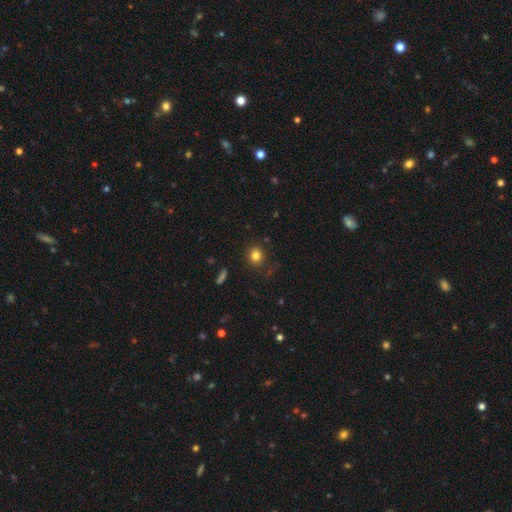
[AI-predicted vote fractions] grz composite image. It shows a smooth galaxy with no disk features (81%) that is round (84%). Merging: none (83%).